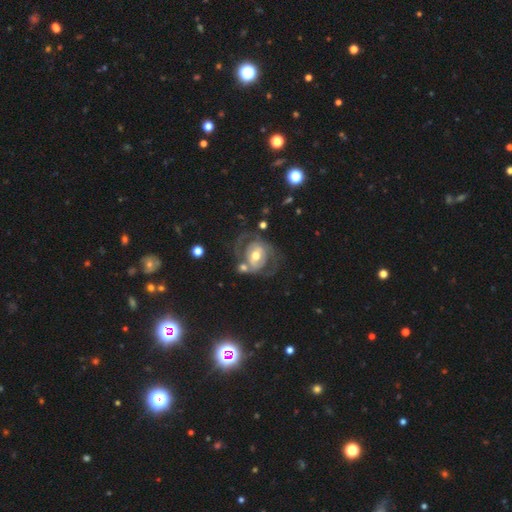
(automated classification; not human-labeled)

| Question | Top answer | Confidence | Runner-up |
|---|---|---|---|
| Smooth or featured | featured or disk | 75% | smooth (20%) |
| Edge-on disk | no | 96% | yes (4%) |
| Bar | no | 44% | weak (37%) |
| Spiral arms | yes | 71% | no (29%) |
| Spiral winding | medium | 40% | tight (37%) |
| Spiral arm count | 2 | 66% | can't tell (19%) |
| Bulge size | moderate | 73% | small (15%) |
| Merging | none | 46% | major disturbance (22%) |